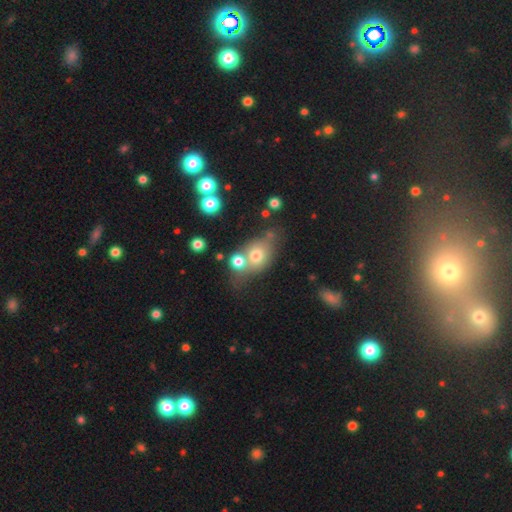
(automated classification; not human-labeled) This is likely a smooth galaxy (70%). How rounded: possibly round (55%). Merging: possibly merger (48%).